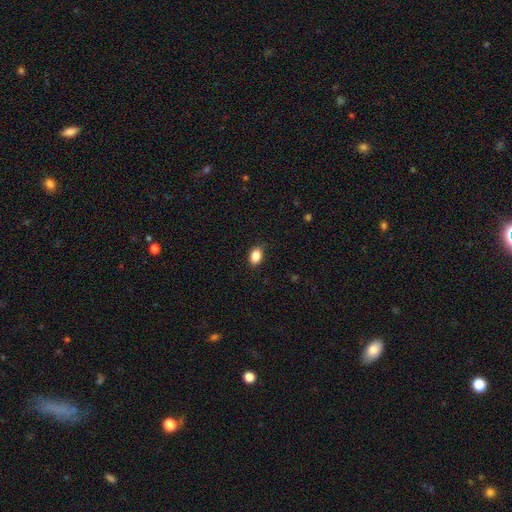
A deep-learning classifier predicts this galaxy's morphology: Smooth or featured? smooth (87%)
How rounded? in between (80%)
Merging? none (84%)